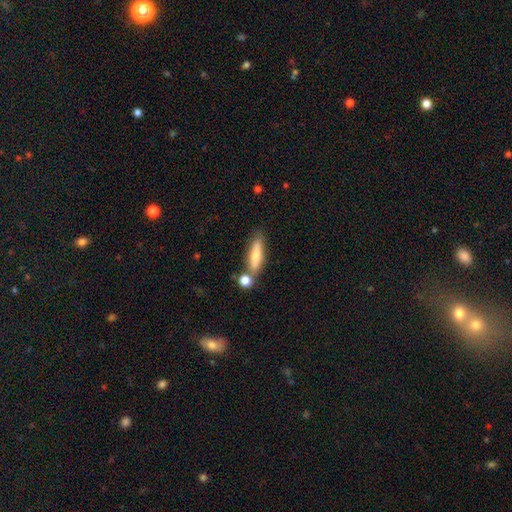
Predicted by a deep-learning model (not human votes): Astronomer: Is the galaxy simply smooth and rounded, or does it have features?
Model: smooth — 70%.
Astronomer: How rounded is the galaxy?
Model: cigar-shaped — 61% (runner-up: in between, 36%).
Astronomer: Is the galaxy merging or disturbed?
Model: none — 60%.